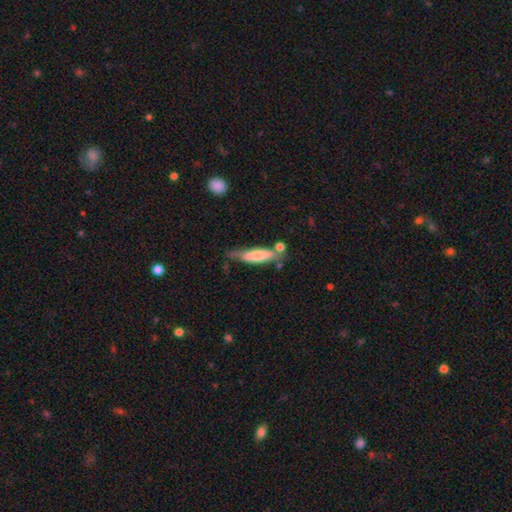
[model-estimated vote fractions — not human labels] Smooth or featured? Predicted: smooth (p=0.67). How rounded? Predicted: cigar-shaped (p=0.67). Merging? Predicted: none (p=0.49).